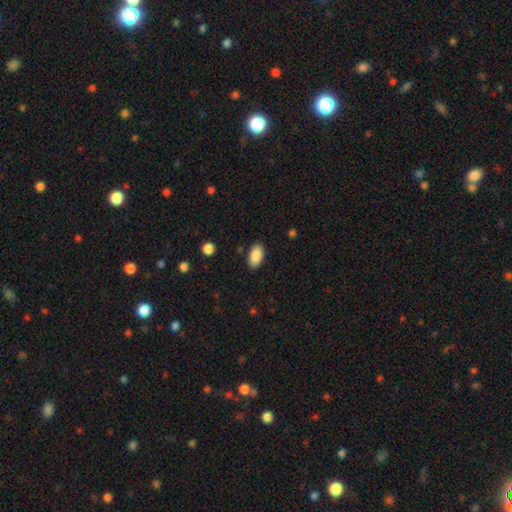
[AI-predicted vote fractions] Smooth or featured: smooth — 89% (star or artifact — 7%)
How rounded: in between — 95% (round — 3%)
Merging: none — 88% (minor disturbance — 8%)